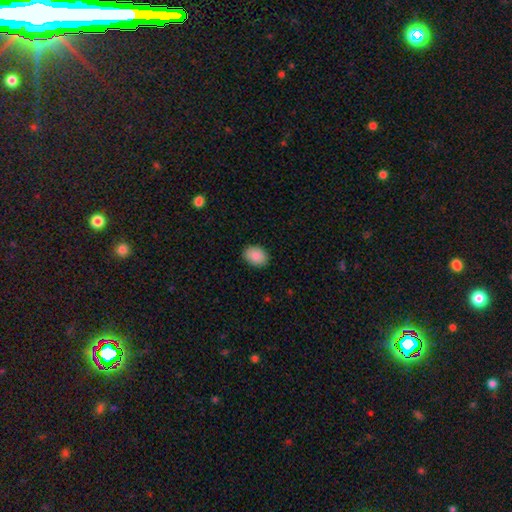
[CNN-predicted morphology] Smooth or featured? Predicted: smooth (p=0.90). How rounded? Predicted: in between (p=0.70). Merging? Predicted: none (p=0.88).